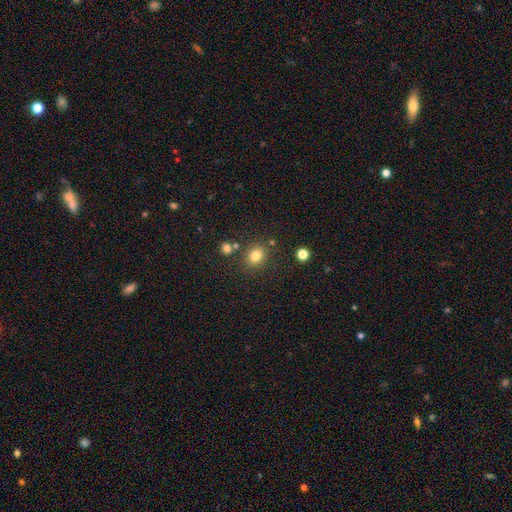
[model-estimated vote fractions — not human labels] smooth-or-featured: smooth: 80% | star or artifact: 13% | featured or disk: 7%
  how-rounded: round: 64% | in between: 35% | cigar-shaped: 1%
  merging: none: 79% | minor disturbance: 10% | merger: 7% | major disturbance: 3%